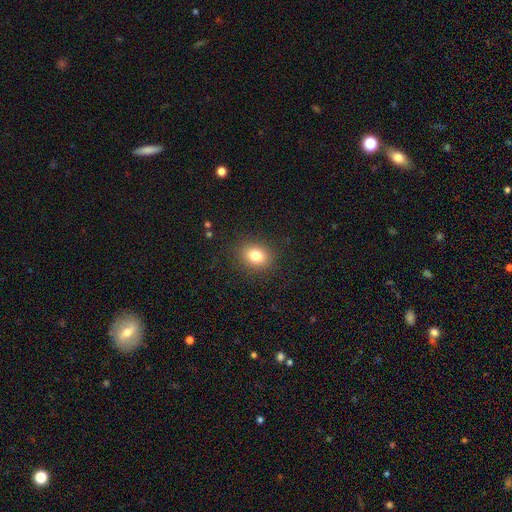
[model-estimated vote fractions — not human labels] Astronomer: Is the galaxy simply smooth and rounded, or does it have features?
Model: smooth — 81%.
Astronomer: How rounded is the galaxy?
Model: round — 56% (runner-up: in between, 43%).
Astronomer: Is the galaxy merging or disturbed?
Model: none — 88%.